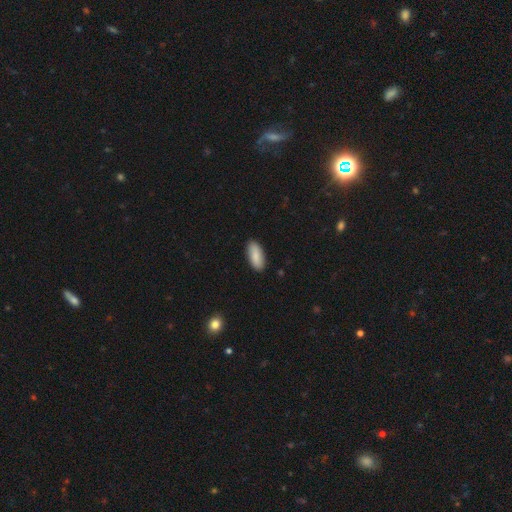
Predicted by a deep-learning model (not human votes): Smooth or featured?
  - smooth: 87% *
  - featured or disk: 7%
  - star or artifact: 6%
How rounded?
  - in between: 84% *
  - cigar-shaped: 14%
  - round: 2%
Merging?
  - none: 89% *
  - minor disturbance: 8%
  - major disturbance: 2%
  - merger: 1%